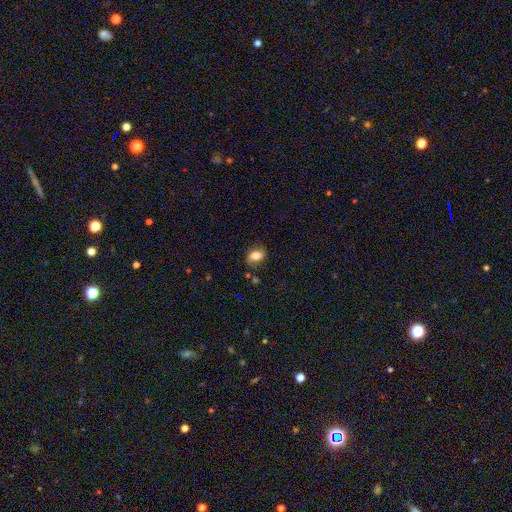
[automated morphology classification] This appears to be a smooth galaxy with no disk features (79%) that is in between round and cigar-shaped (81%). Merging: none (78%).